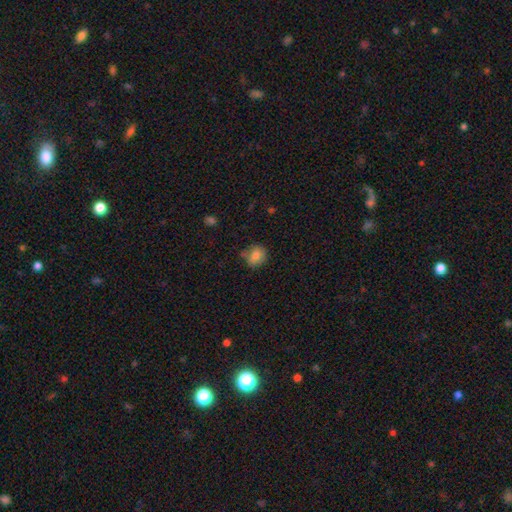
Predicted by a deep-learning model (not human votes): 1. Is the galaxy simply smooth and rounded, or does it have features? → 81% smooth, 10% star or artifact, 9% featured or disk.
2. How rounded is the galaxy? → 79% round, 20% in between, 1% cigar-shaped.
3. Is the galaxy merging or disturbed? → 70% none, 21% minor disturbance, 5% merger, 4% major disturbance.